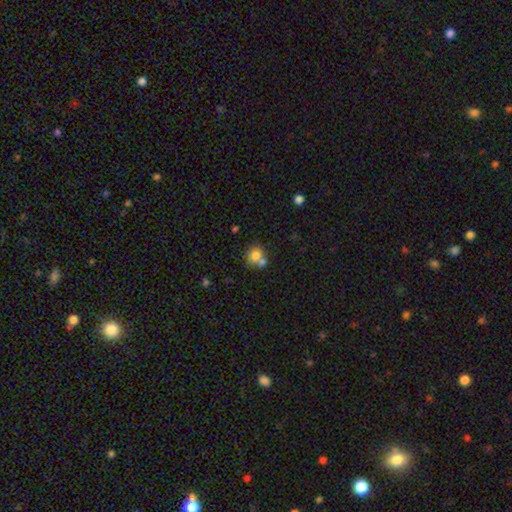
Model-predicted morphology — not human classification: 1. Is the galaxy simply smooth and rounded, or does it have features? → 76% smooth, 13% featured or disk, 10% star or artifact.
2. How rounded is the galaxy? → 77% round, 23% in between, 1% cigar-shaped.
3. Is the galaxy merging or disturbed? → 46% none, 40% merger, 11% minor disturbance, 4% major disturbance.